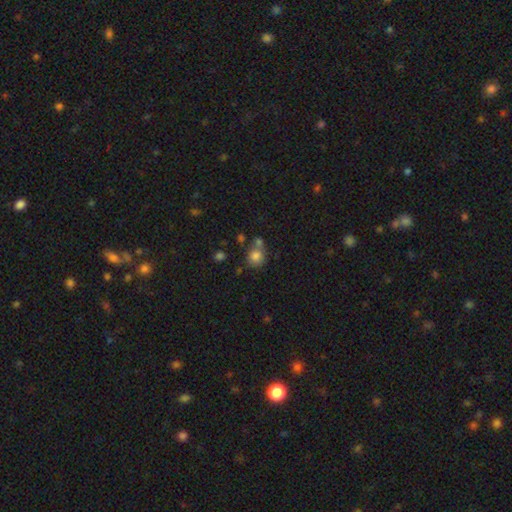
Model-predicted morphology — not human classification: Smooth or featured?
  - smooth: 80% *
  - star or artifact: 12%
  - featured or disk: 9%
How rounded?
  - round: 78% *
  - in between: 21%
  - cigar-shaped: 1%
Merging?
  - none: 52% *
  - merger: 31%
  - minor disturbance: 13%
  - major disturbance: 5%